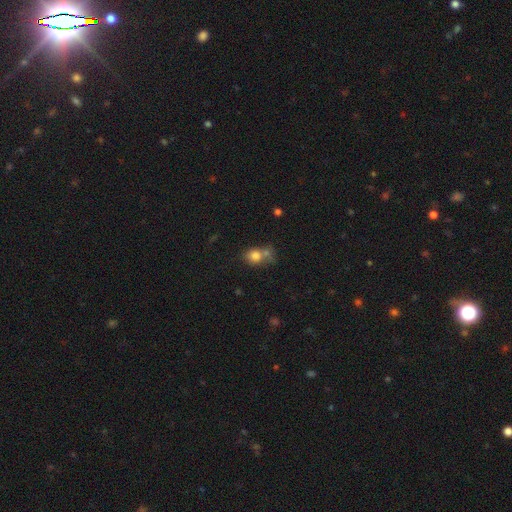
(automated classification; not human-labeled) Smooth or featured?
  - smooth: 79% *
  - star or artifact: 11%
  - featured or disk: 9%
How rounded?
  - round: 67% *
  - in between: 32%
  - cigar-shaped: 1%
Merging?
  - none: 42% *
  - merger: 38%
  - minor disturbance: 13%
  - major disturbance: 7%